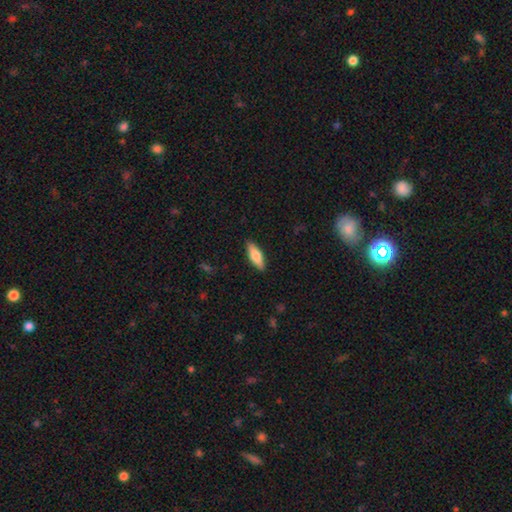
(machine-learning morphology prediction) The model was most divided on "how rounded": in between: 55%, cigar-shaped: 43%, round: 2%. More confident: merging — none (89%); smooth or featured — smooth (68%).